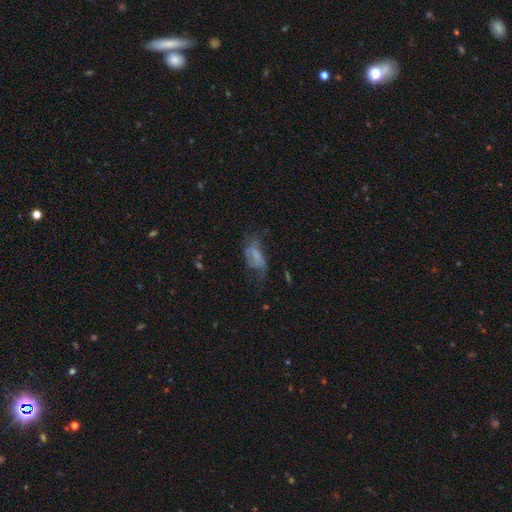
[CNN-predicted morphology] The model was most divided on "smooth or featured": featured or disk: 44%, smooth: 42%, star or artifact: 14%. Remaining: merging — major disturbance (42%).